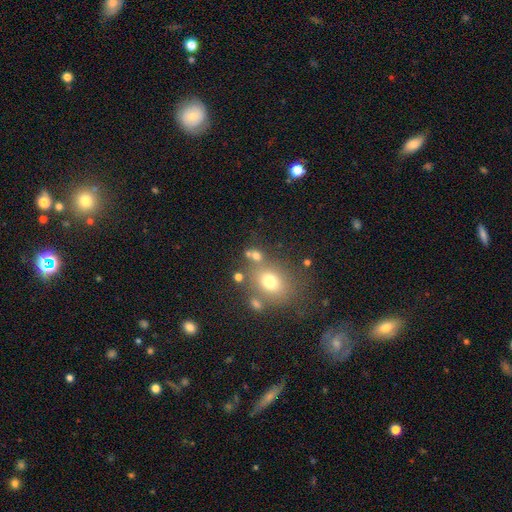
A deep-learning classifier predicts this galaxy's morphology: smooth-or-featured: smooth: 68% | star or artifact: 18% | featured or disk: 13%
  how-rounded: round: 55% | in between: 43% | cigar-shaped: 2%
  merging: none: 59% | merger: 22% | minor disturbance: 12% | major disturbance: 7%